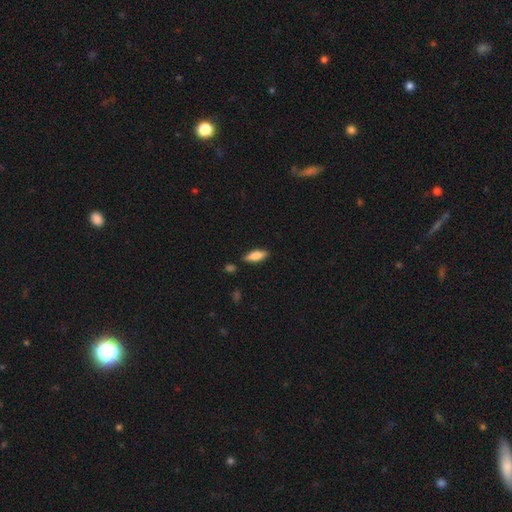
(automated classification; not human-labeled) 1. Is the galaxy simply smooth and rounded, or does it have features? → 79% smooth, 14% featured or disk, 6% star or artifact.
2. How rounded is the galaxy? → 64% in between, 34% cigar-shaped, 2% round.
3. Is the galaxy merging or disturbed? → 83% none, 12% minor disturbance, 3% merger, 2% major disturbance.